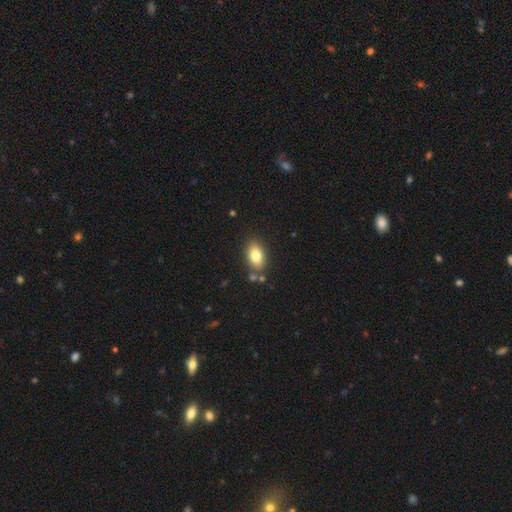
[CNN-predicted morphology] smooth 78%, featured or disk 13%, star or artifact 9%. Down the decision tree: how rounded — in between (88%); merging — none (77%).